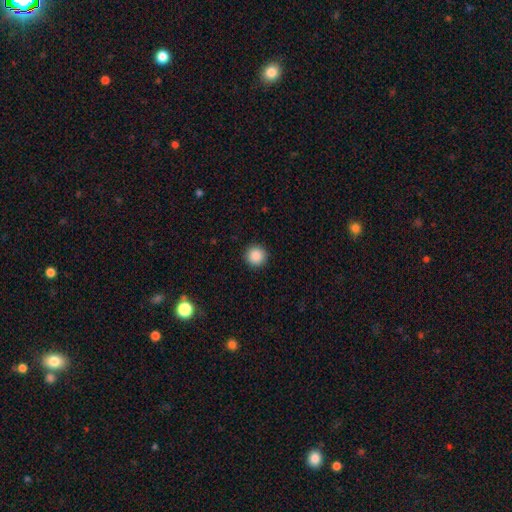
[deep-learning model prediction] smooth-or-featured: smooth: 89% | star or artifact: 9% | featured or disk: 3%
  how-rounded: round: 95% | in between: 4% | cigar-shaped: 1%
  merging: none: 92% | minor disturbance: 5% | major disturbance: 2% | merger: 1%